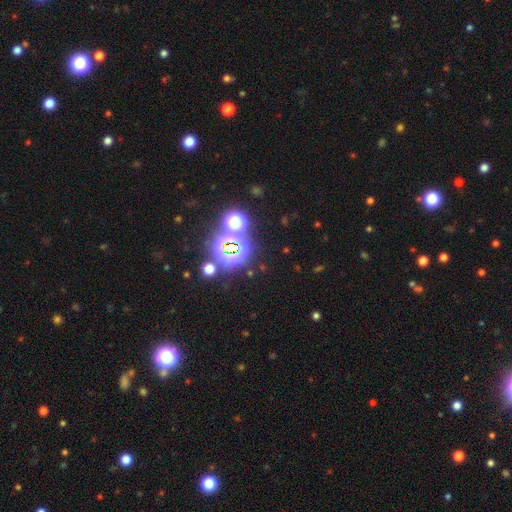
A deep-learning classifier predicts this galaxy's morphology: A star or artifact, not a galaxy (82%).

Vote fractions:
- Smooth or featured? star or artifact: 82% / smooth: 11% / featured or disk: 7%